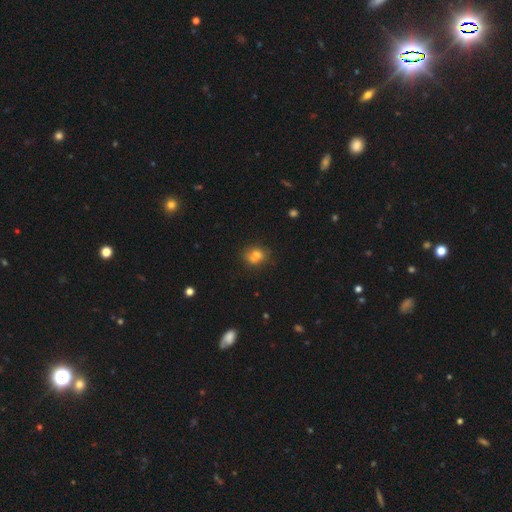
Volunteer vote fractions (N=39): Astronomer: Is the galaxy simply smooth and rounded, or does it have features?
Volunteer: smooth — 82%.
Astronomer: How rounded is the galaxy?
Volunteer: round — 62%.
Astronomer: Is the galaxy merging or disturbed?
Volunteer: none — 63%.